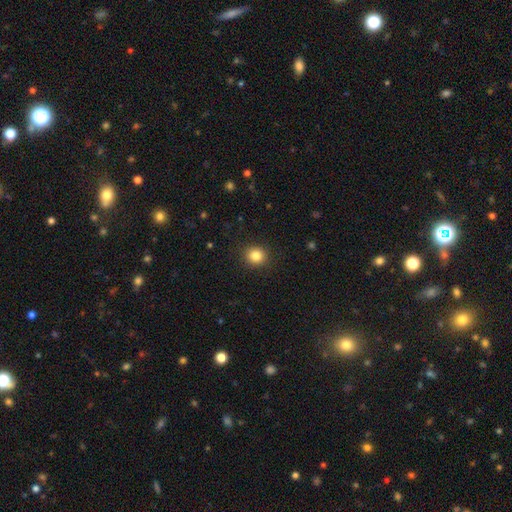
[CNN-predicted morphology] A smooth galaxy with no disk features (84%) that is round (88%). Merging: none (90%).